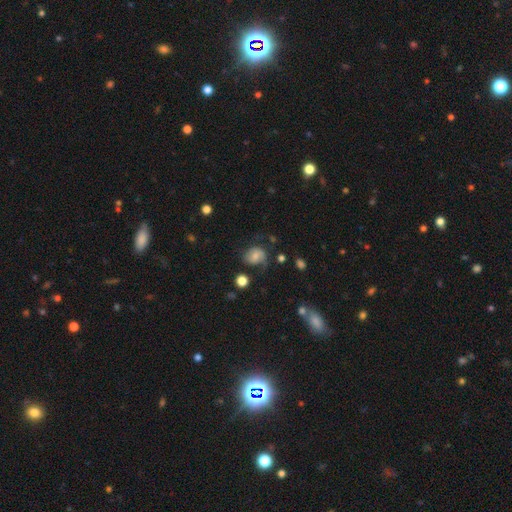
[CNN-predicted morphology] Smooth or featured? smooth (45%)
Merging? none (48%)